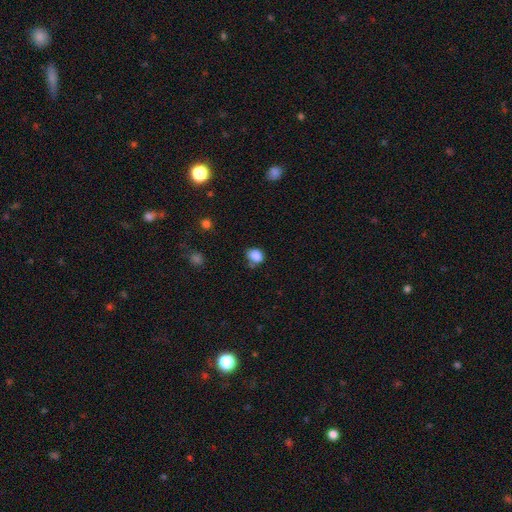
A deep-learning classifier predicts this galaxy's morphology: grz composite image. It shows a smooth galaxy with no disk features (85%) that is round (63%). Merging: none (63%).